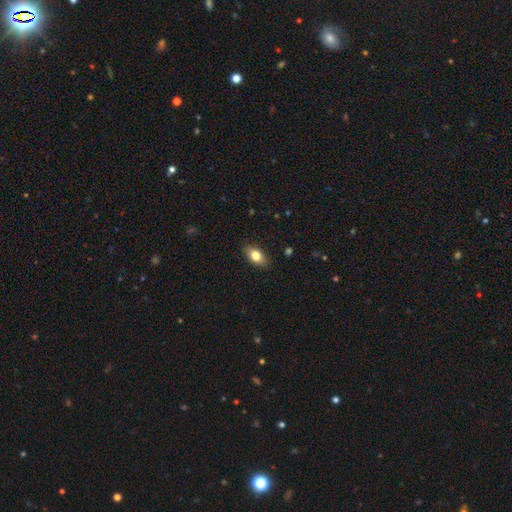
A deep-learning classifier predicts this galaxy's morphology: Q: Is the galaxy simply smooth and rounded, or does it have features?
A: smooth — 78%.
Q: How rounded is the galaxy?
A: in between — 89%.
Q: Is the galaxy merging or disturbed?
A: none — 87%.